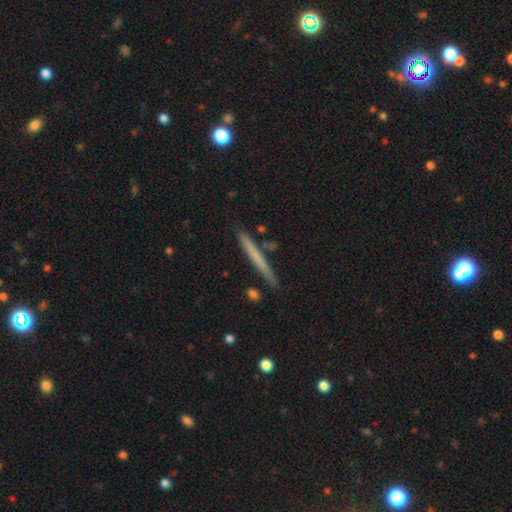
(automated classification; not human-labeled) Smooth or featured? smooth (59%)
How rounded? cigar-shaped (97%)
Merging? none (88%)